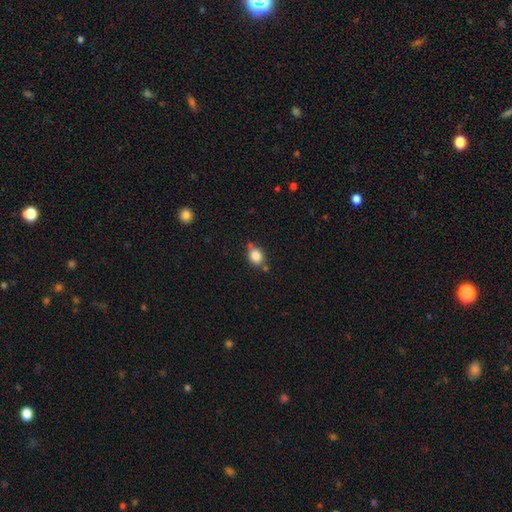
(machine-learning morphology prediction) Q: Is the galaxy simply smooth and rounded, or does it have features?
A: smooth — 83%.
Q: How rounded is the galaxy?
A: in between — 50%.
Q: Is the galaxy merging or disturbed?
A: none — 62%.